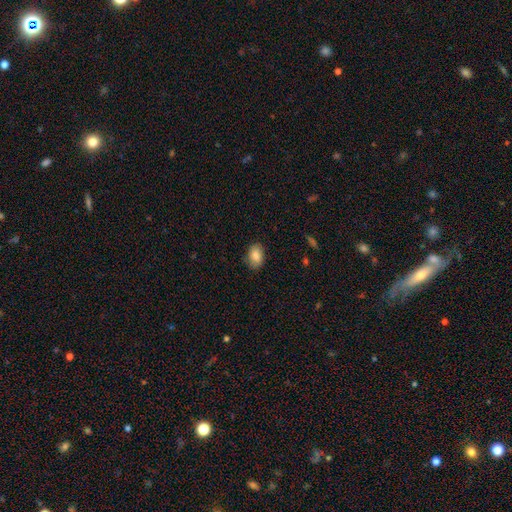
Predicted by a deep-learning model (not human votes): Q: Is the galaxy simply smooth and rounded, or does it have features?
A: smooth — 85%.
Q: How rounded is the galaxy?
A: in between — 86%.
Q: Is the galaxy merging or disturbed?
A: none — 83%.